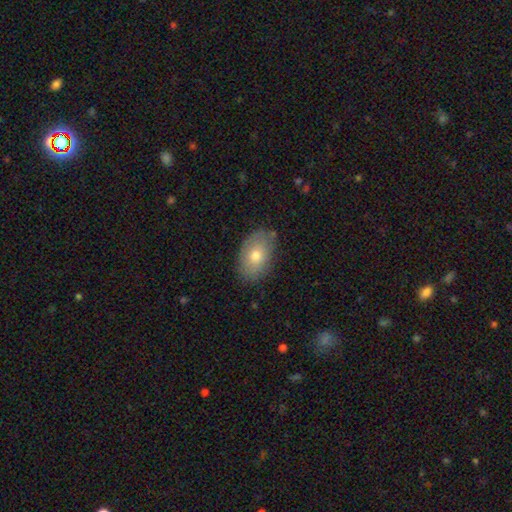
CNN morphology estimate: The model was most divided on "smooth or featured": smooth: 73%, featured or disk: 20%, star or artifact: 8%. More confident: how rounded — in between (89%); merging — none (80%).